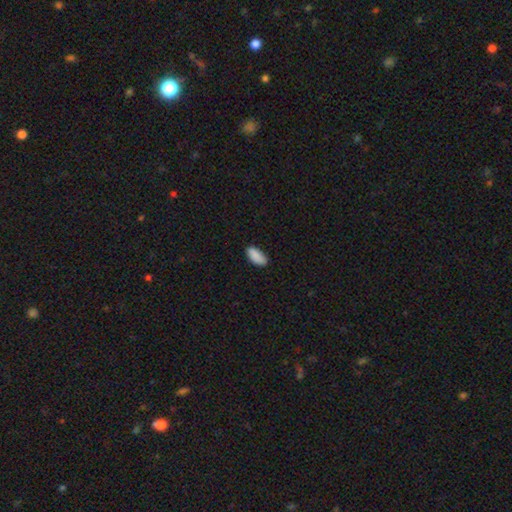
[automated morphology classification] Smooth or featured?
  - smooth: 90% *
  - star or artifact: 6%
  - featured or disk: 4%
How rounded?
  - in between: 89% *
  - cigar-shaped: 9%
  - round: 2%
Merging?
  - none: 83% *
  - minor disturbance: 14%
  - major disturbance: 2%
  - merger: 1%